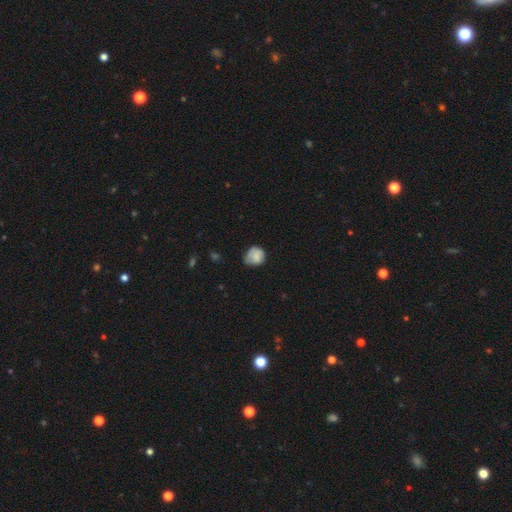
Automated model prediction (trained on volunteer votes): The model was most divided on "merging": none: 46%, minor disturbance: 39%, major disturbance: 12%, merger: 2%. More confident: smooth or featured — smooth (73%); how rounded — round (70%).